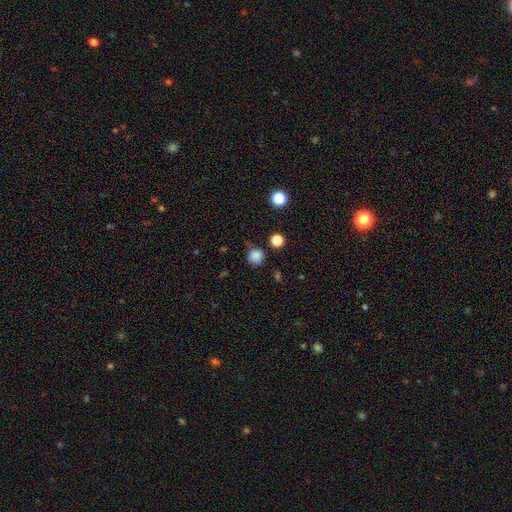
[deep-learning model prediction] Smooth or featured? Predicted: smooth (p=0.83). How rounded? Predicted: round (p=0.91). Merging? Predicted: none (p=0.78).